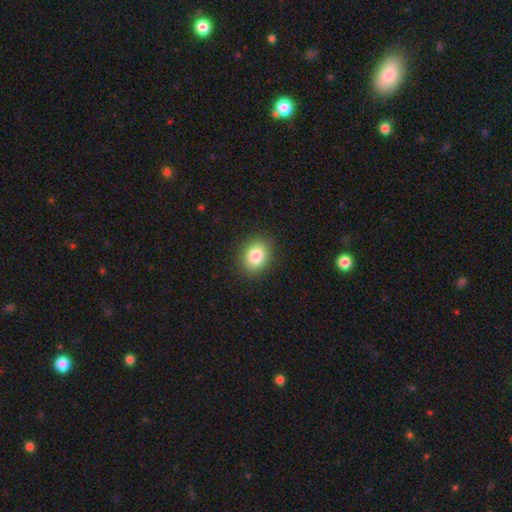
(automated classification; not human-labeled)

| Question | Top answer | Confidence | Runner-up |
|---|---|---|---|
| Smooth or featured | smooth | 84% | star or artifact (9%) |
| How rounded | in between | 56% | round (43%) |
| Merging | none | 88% | minor disturbance (8%) |